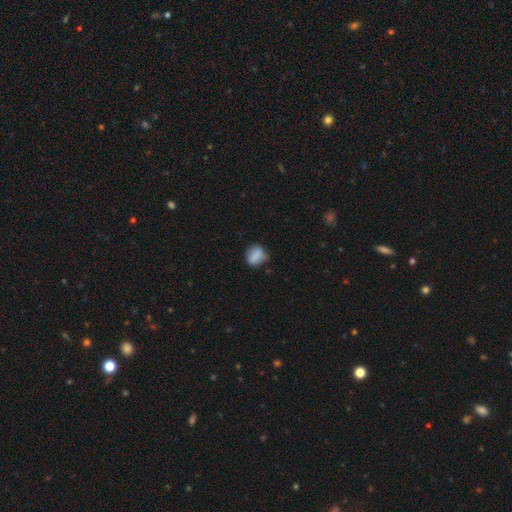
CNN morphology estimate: The model was most divided on "how rounded": round: 50%, in between: 47%, cigar-shaped: 3%. More confident: smooth or featured — smooth (81%); merging — none (66%).